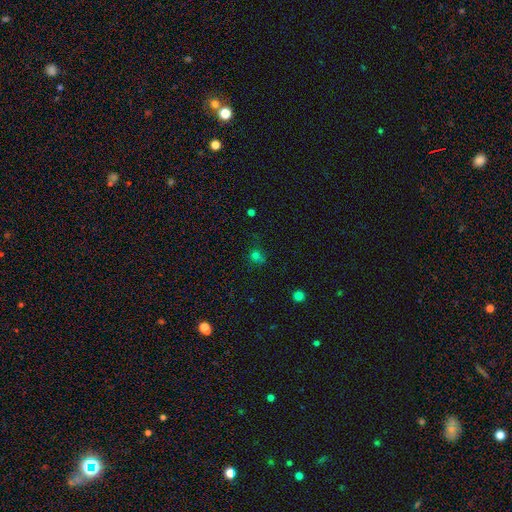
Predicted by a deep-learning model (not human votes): smooth_or_featured: smooth (p=0.71) [alt: star or artifact p=0.22]
how_rounded: round (p=0.79) [alt: in between p=0.20]
merging: none (p=0.66) [alt: minor disturbance p=0.22]